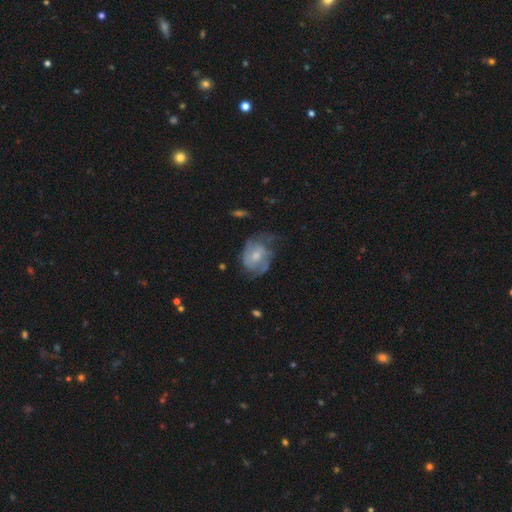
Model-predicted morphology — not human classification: Smooth or featured? Predicted: featured or disk (p=0.66). Edge-on disk? Predicted: no (p=0.97). Bar? Predicted: no (p=0.65). Spiral arms? Predicted: yes (p=0.79). Spiral winding? Predicted: medium (p=0.44). Spiral arm count? Predicted: 2 (p=0.48). Bulge size? Predicted: moderate (p=0.51). Merging? Predicted: none (p=0.45).